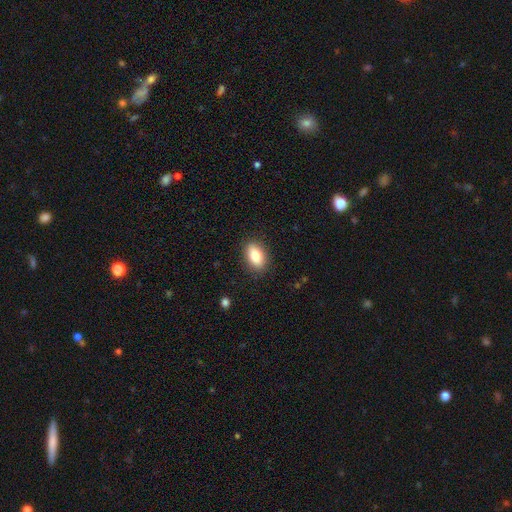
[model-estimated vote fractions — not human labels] The model was most divided on "smooth or featured": smooth: 82%, featured or disk: 11%, star or artifact: 8%. More confident: merging — none (87%); how rounded — in between (87%).